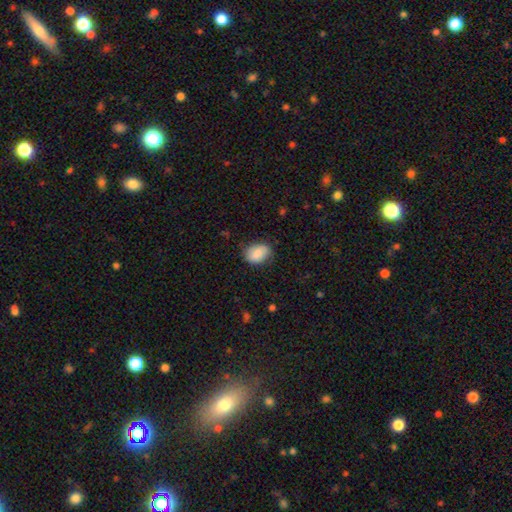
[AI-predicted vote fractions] Smooth or featured?
  - smooth: 82% *
  - featured or disk: 11%
  - star or artifact: 7%
How rounded?
  - in between: 72% *
  - round: 27%
  - cigar-shaped: 1%
Merging?
  - none: 77% *
  - minor disturbance: 18%
  - major disturbance: 4%
  - merger: 1%